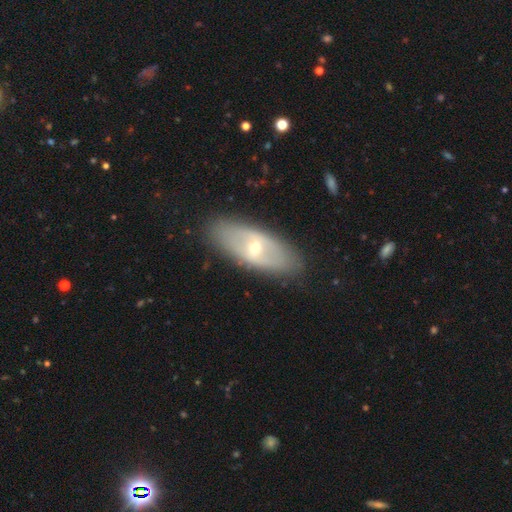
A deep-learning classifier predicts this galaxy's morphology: type=featured or disk (60%); edge-on=no (80%); merging=none (87%).